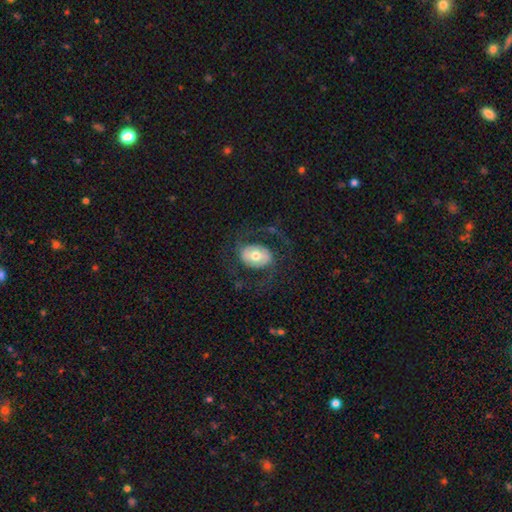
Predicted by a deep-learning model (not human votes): Smooth or featured: featured or disk — 57% (smooth — 36%)
Edge-on disk: no — 95% (yes — 5%)
Bar: no — 44% (weak — 34%)
Spiral arms: yes — 65% (no — 35%)
Bulge size: moderate — 69% (large — 16%)
Merging: none — 67% (major disturbance — 19%)